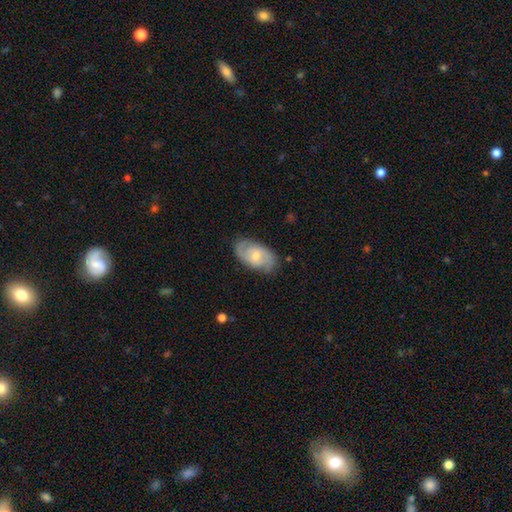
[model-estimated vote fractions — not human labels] Morphology: type=featured or disk (59%); edge-on=no (95%); bar=no (51%); spiral arms=yes (84%); bulge=moderate (51%); merging=none (78%).